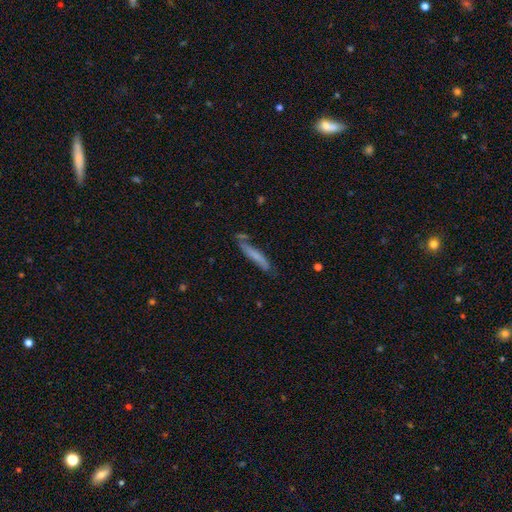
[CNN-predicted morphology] Smooth or featured? Predicted: smooth (p=0.63). How rounded? Predicted: cigar-shaped (p=0.92). Merging? Predicted: none (p=0.70).